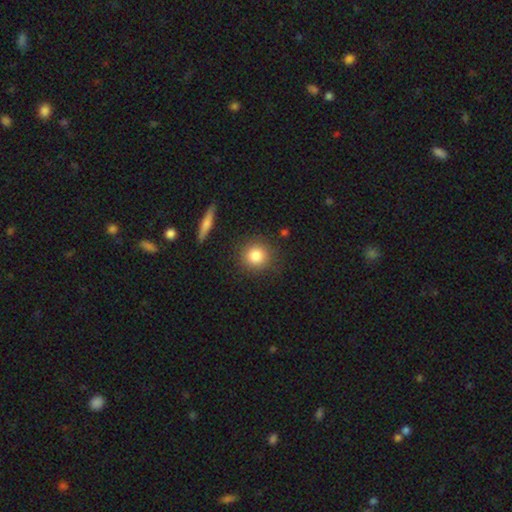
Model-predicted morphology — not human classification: Smooth or featured? Predicted: smooth (p=0.83). How rounded? Predicted: round (p=0.90). Merging? Predicted: none (p=0.86).